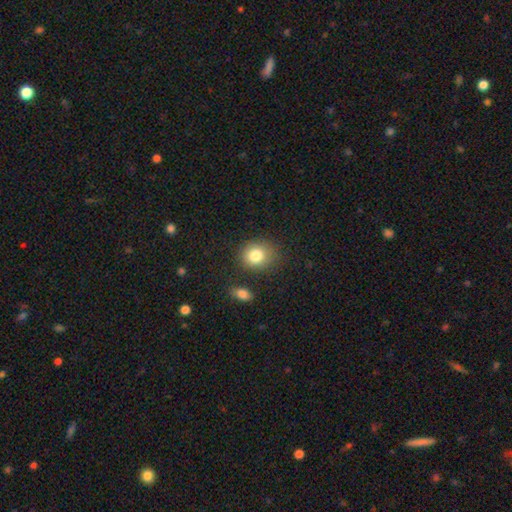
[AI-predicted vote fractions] A smooth galaxy with no disk features (82%) that is round (67%).

Vote fractions:
- Smooth or featured? smooth: 82% / star or artifact: 9% / featured or disk: 9%
- How rounded? round: 67% / in between: 32% / cigar-shaped: 1%
- Merging? none: 77% / minor disturbance: 14% / merger: 5% / major disturbance: 4%